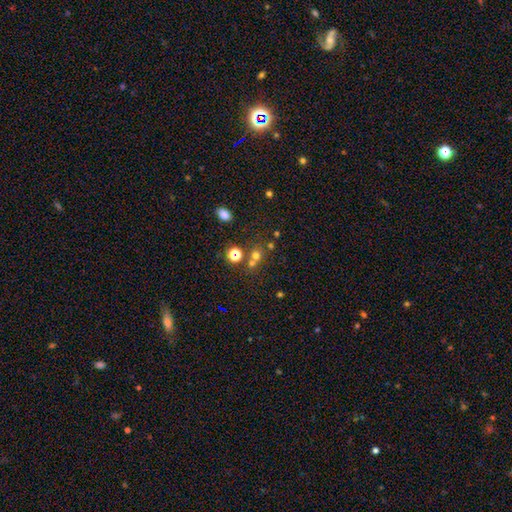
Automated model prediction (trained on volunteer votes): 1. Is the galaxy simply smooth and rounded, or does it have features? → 58% smooth, 30% star or artifact, 12% featured or disk.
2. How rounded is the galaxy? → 81% round, 18% in between, 1% cigar-shaped.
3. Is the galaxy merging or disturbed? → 57% none, 30% merger, 9% minor disturbance, 5% major disturbance.